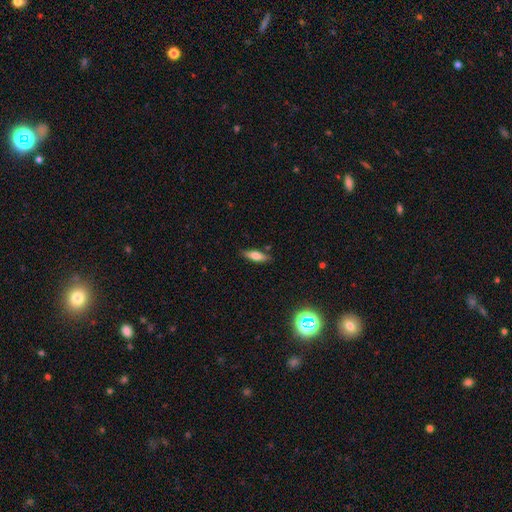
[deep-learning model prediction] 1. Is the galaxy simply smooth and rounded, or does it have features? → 69% smooth, 23% featured or disk, 8% star or artifact.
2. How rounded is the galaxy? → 50% cigar-shaped, 47% in between, 2% round.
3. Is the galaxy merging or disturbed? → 84% none, 11% minor disturbance, 2% major disturbance, 2% merger.